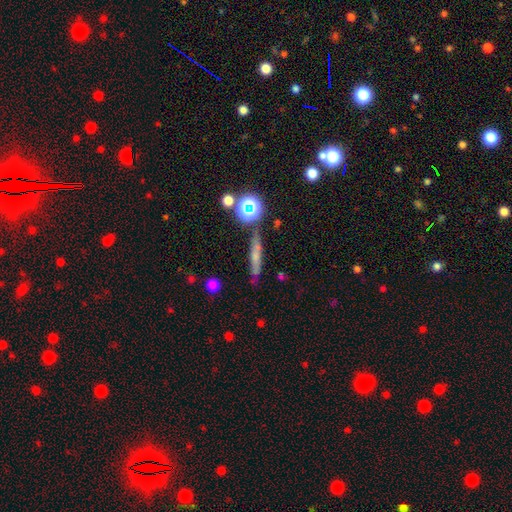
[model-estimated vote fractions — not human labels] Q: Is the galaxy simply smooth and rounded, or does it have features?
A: smooth — 46%.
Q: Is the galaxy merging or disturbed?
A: none — 80%.